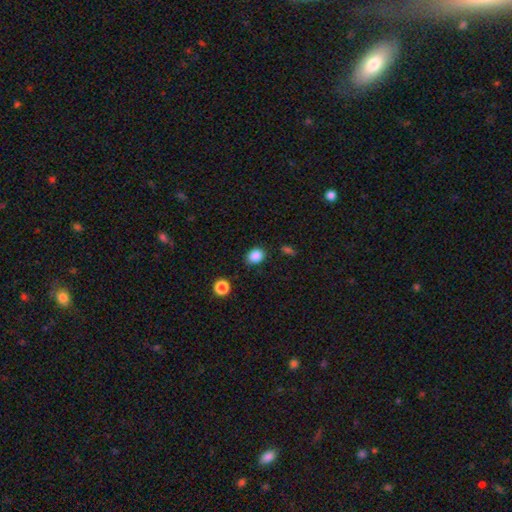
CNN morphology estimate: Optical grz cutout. It shows a smooth galaxy with no disk features (86%) that is in between round and cigar-shaped (53%). Merging: none (84%).